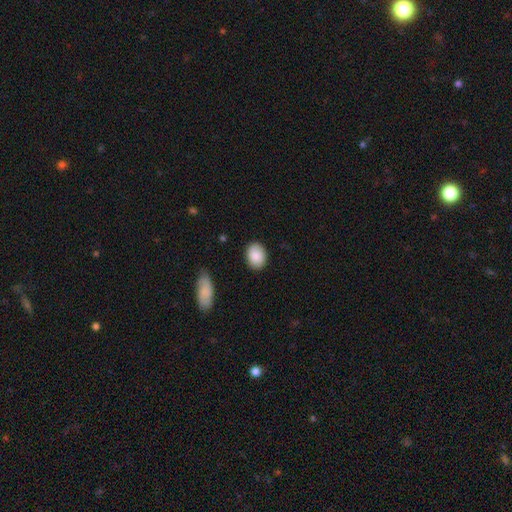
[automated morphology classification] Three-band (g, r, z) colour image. It shows a smooth galaxy with no disk features (86%) that is in between round and cigar-shaped (65%). Merging: none (83%).